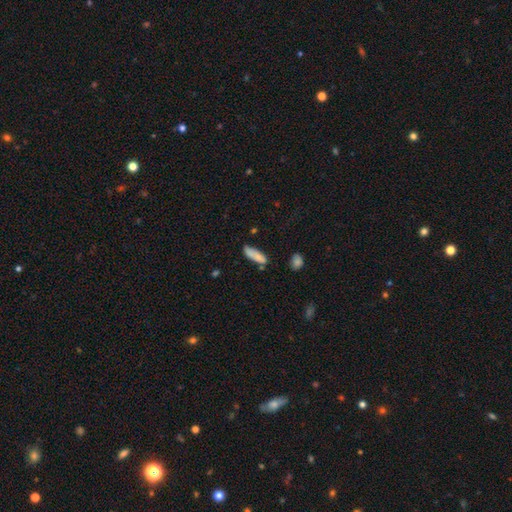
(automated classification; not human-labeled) Smooth or featured? smooth (81%)
How rounded? in between (52%)
Merging? none (65%)